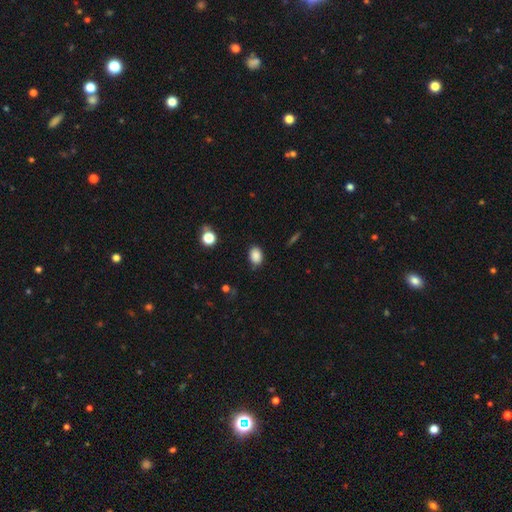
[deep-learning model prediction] Q: Smooth or featured?
A: smooth (86%); runner-up: star or artifact (9%)
Q: How rounded?
A: in between (73%); runner-up: round (26%)
Q: Merging?
A: none (79%); runner-up: minor disturbance (16%)